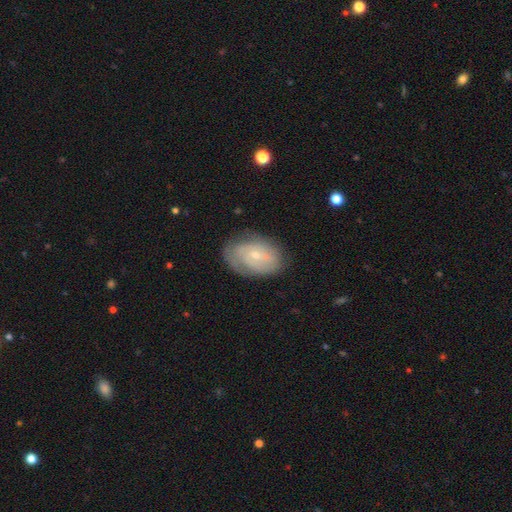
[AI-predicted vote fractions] Smooth or featured?
  - featured or disk: 57% *
  - smooth: 36%
  - star or artifact: 7%
Edge-on disk?
  - no: 95% *
  - yes: 5%
Bar?
  - no: 58% *
  - weak: 35%
  - strong: 7%
Spiral arms?
  - yes: 71% *
  - no: 29%
Bulge size?
  - small: 74% *
  - moderate: 22%
  - none: 2%
  - large: 1%
  - dominant: 1%
Merging?
  - none: 70% *
  - minor disturbance: 21%
  - major disturbance: 7%
  - merger: 1%